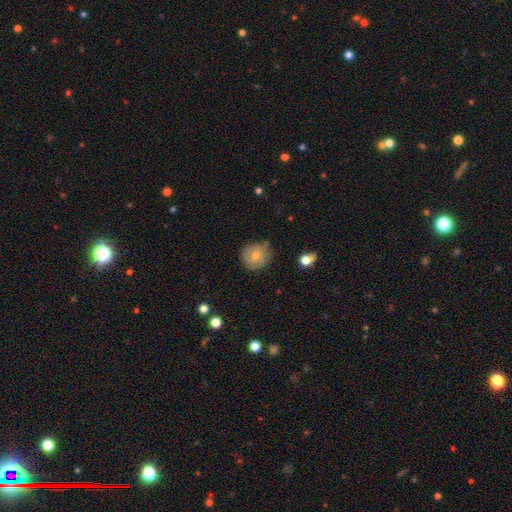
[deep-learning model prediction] Q: Smooth or featured?
A: smooth (65%); runner-up: featured or disk (27%)
Q: How rounded?
A: round (86%); runner-up: in between (13%)
Q: Merging?
A: none (76%); runner-up: minor disturbance (18%)